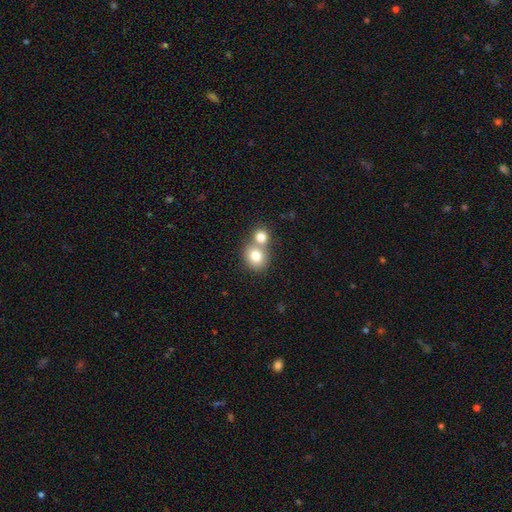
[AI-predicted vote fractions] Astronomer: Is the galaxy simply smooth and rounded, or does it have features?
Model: smooth — 78%.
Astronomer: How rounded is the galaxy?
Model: round — 76%.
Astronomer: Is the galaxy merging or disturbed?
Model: merger — 50% (runner-up: none, 41%).